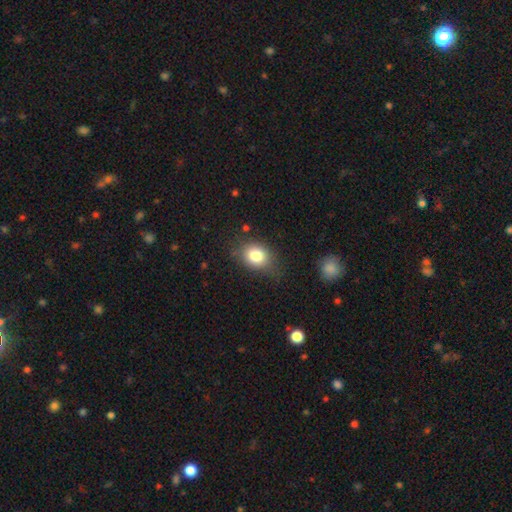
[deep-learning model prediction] A smooth galaxy with no disk features (81%) that is in between round and cigar-shaped (51%). Merging: none (67%).